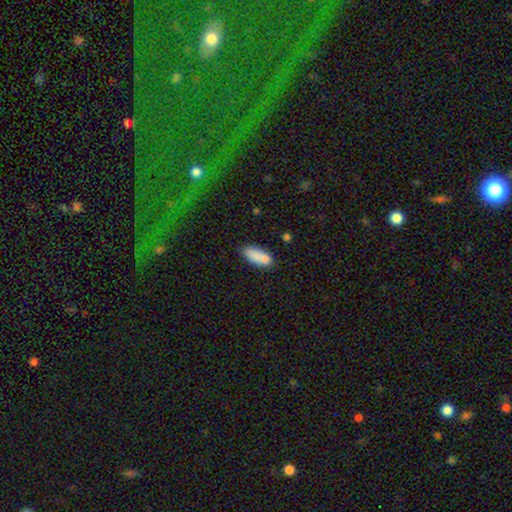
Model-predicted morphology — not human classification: Smooth or featured? smooth (83%)
How rounded? in between (81%)
Merging? none (64%)